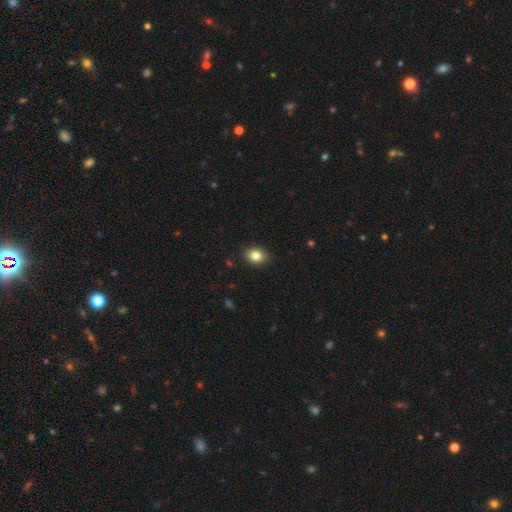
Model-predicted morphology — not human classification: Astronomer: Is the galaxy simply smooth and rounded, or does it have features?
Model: smooth — 83%.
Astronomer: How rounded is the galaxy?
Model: in between — 51% (runner-up: round, 48%).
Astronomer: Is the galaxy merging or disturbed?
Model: none — 90%.